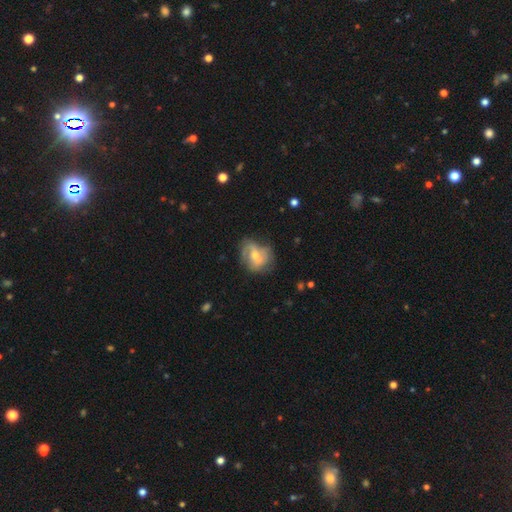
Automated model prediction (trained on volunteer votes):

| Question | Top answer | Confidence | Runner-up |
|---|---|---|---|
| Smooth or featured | featured or disk | 57% | smooth (35%) |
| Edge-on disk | no | 97% | yes (3%) |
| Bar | no | 54% | weak (36%) |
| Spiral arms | yes | 71% | no (29%) |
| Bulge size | moderate | 52% | small (41%) |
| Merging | none | 52% | minor disturbance (28%) |